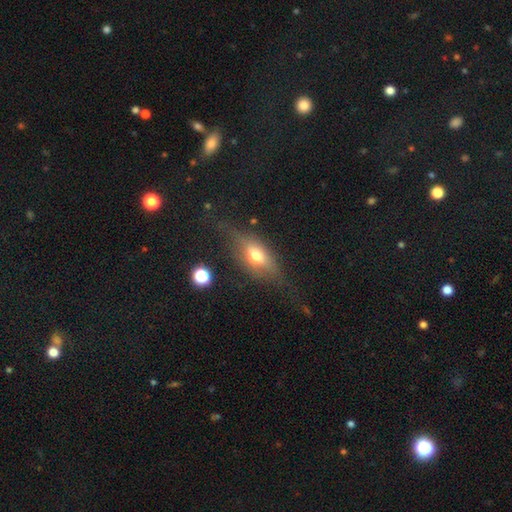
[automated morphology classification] Smooth or featured? Predicted: smooth (p=0.48). Merging? Predicted: none (p=0.61).